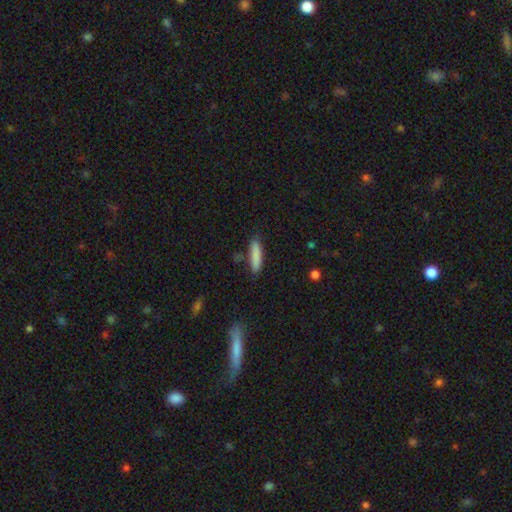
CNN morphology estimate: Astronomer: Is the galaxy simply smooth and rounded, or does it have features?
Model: smooth — 85%.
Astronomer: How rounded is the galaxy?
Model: cigar-shaped — 81%.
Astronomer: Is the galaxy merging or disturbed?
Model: none — 79%.